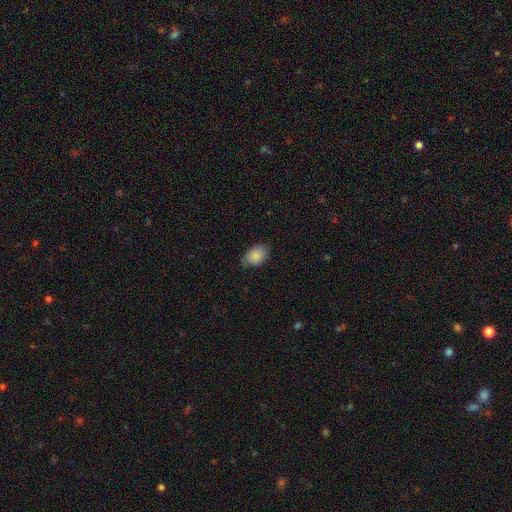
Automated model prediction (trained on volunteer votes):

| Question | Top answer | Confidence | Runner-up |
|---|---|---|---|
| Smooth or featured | smooth | 87% | star or artifact (7%) |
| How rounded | in between | 83% | round (16%) |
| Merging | none | 76% | minor disturbance (20%) |